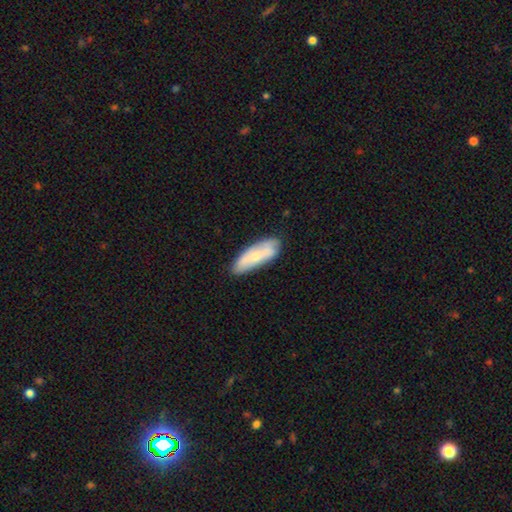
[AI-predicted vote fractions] A smooth galaxy with no disk features (57%) that is in between round and cigar-shaped (61%).

Vote fractions:
- Smooth or featured? smooth: 57% / featured or disk: 37% / star or artifact: 6%
- How rounded? in between: 61% / cigar-shaped: 37% / round: 2%
- Merging? none: 72% / minor disturbance: 21% / major disturbance: 4% / merger: 3%